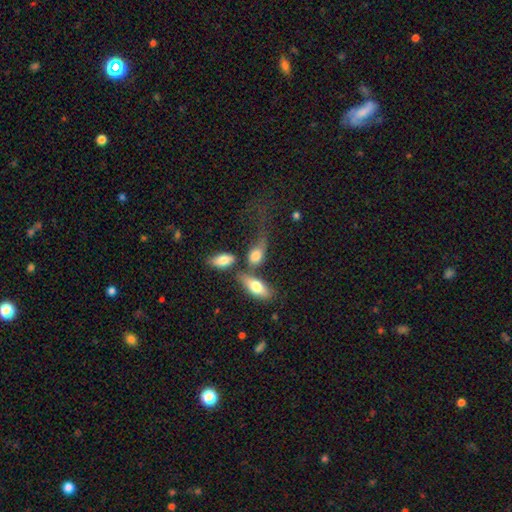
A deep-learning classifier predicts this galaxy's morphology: A smooth galaxy with no disk features (72%) that is in between round and cigar-shaped (75%).

Vote fractions:
- Smooth or featured? smooth: 72% / featured or disk: 19% / star or artifact: 9%
- How rounded? in between: 75% / round: 16% / cigar-shaped: 9%
- Merging? merger: 36% / none: 24% / major disturbance: 23% / minor disturbance: 17%